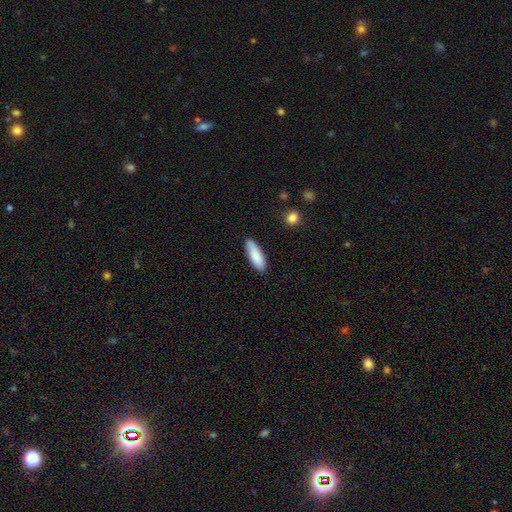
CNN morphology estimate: Q: Smooth or featured?
A: smooth (86%); runner-up: featured or disk (8%)
Q: How rounded?
A: in between (52%); runner-up: cigar-shaped (46%)
Q: Merging?
A: none (83%); runner-up: minor disturbance (13%)